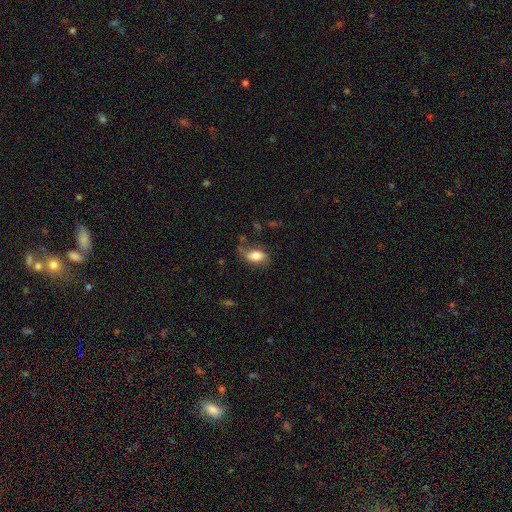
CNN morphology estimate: A smooth galaxy with no disk features (72%) that is in between round and cigar-shaped (89%).

Vote fractions:
- Smooth or featured? smooth: 72% / featured or disk: 20% / star or artifact: 8%
- How rounded? in between: 89% / round: 7% / cigar-shaped: 4%
- Merging? none: 56% / minor disturbance: 27% / major disturbance: 13% / merger: 4%